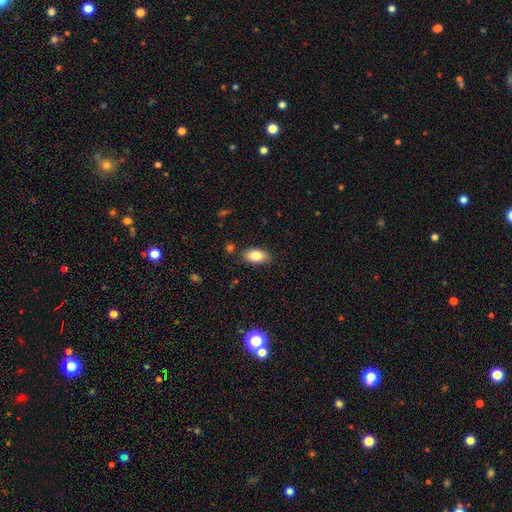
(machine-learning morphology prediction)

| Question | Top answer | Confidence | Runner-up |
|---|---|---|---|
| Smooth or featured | smooth | 84% | featured or disk (8%) |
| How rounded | in between | 92% | round (5%) |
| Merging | none | 84% | minor disturbance (11%) |